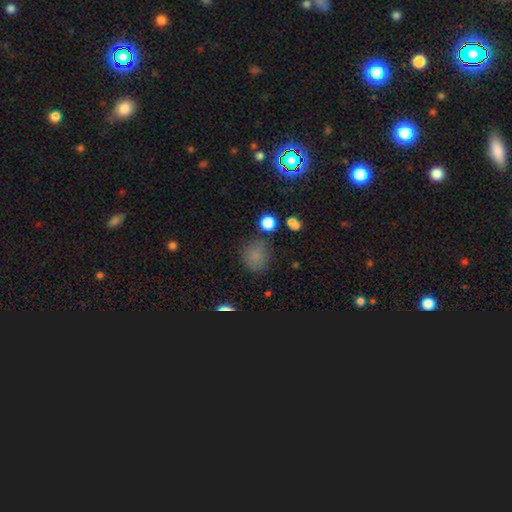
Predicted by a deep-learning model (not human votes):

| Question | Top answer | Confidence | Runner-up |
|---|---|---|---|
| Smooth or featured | smooth | 73% | star or artifact (21%) |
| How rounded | round | 75% | in between (24%) |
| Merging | none | 77% | minor disturbance (15%) |